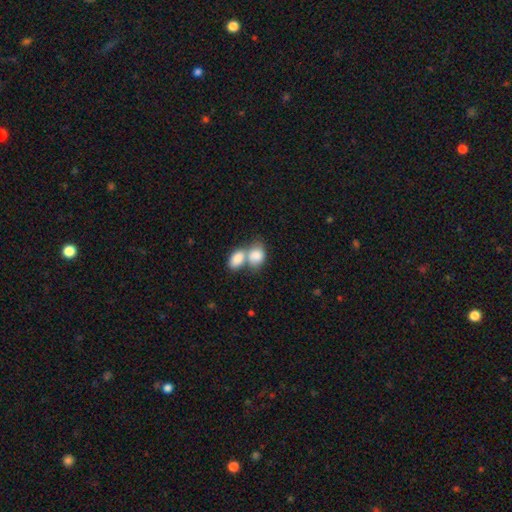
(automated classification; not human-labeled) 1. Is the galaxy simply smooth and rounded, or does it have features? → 83% smooth, 11% featured or disk, 6% star or artifact.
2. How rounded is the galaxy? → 78% in between, 21% round, 2% cigar-shaped.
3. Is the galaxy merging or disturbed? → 72% merger, 18% none, 6% minor disturbance, 4% major disturbance.